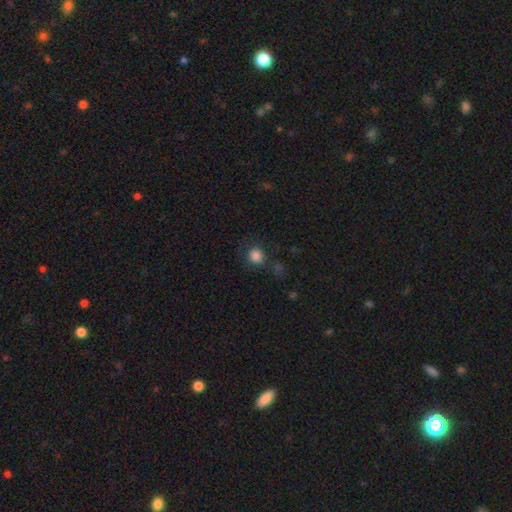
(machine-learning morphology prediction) Overall: smooth (83%). How rounded: round (91%). Merging: none (72%).